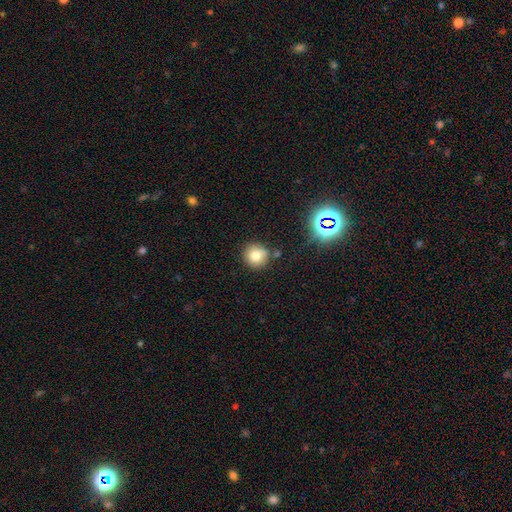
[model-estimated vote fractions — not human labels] Smooth or featured? Predicted: smooth (p=0.75). How rounded? Predicted: round (p=0.93). Merging? Predicted: none (p=0.81).